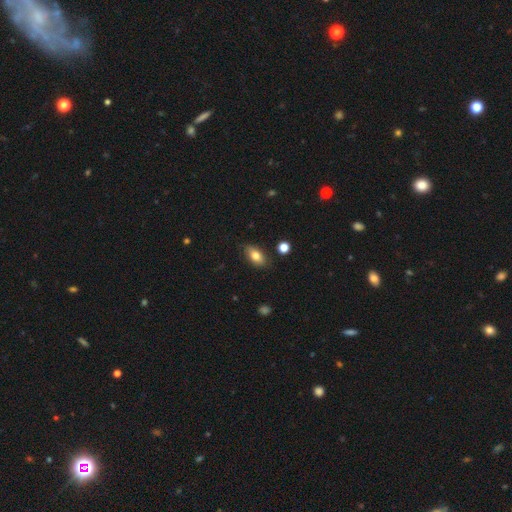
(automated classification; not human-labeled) Q: Smooth or featured?
A: smooth (79%); runner-up: featured or disk (13%)
Q: How rounded?
A: in between (89%); runner-up: round (6%)
Q: Merging?
A: none (83%); runner-up: minor disturbance (12%)